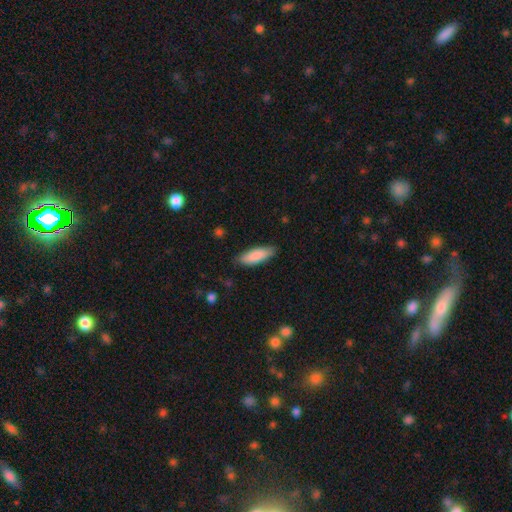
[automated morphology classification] A smooth galaxy with no disk features (86%) that is in between round and cigar-shaped (58%).

Vote fractions:
- Smooth or featured? smooth: 86% / featured or disk: 8% / star or artifact: 6%
- How rounded? in between: 58% / cigar-shaped: 41% / round: 2%
- Merging? none: 84% / minor disturbance: 13% / major disturbance: 2% / merger: 1%